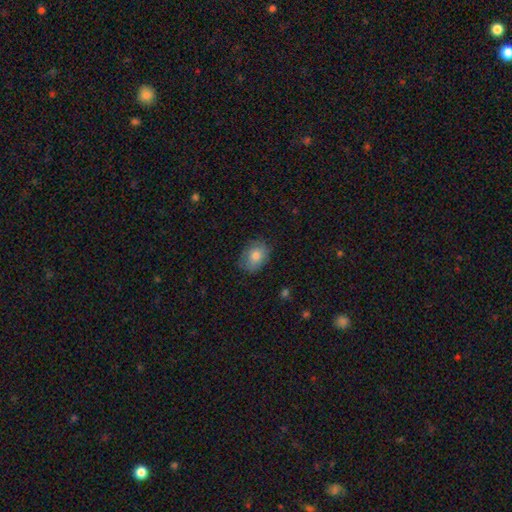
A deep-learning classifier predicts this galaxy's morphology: smooth-or-featured: smooth: 79% | featured or disk: 13% | star or artifact: 8%
  how-rounded: in between: 69% | round: 30% | cigar-shaped: 1%
  merging: none: 77% | minor disturbance: 18% | major disturbance: 4% | merger: 1%